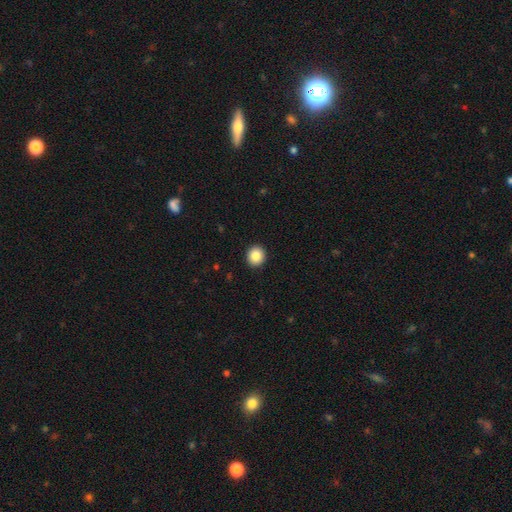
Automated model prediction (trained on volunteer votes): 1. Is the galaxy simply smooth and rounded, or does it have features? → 87% smooth, 9% star or artifact, 4% featured or disk.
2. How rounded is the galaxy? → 90% round, 9% in between, 1% cigar-shaped.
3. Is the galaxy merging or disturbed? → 93% none, 4% minor disturbance, 1% major disturbance, 1% merger.